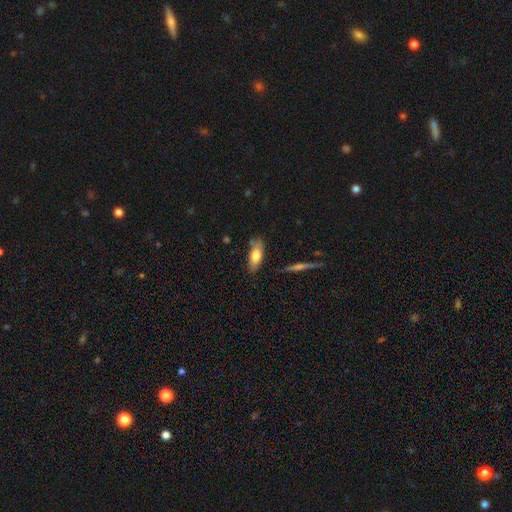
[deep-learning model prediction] This is likely a smooth galaxy (72%). How rounded: likely in between (74%). Merging: likely none (74%).